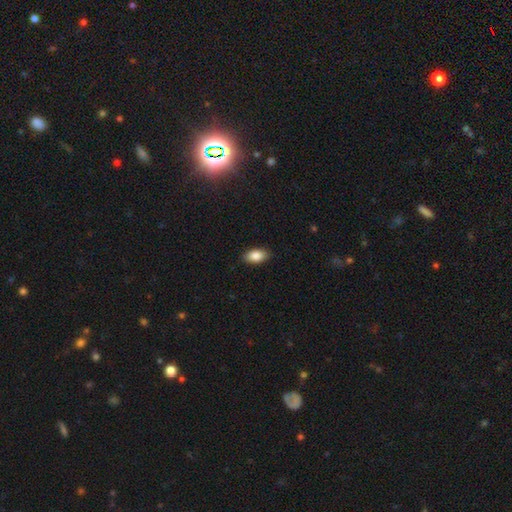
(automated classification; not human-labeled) Morphology: type=smooth (86%); roundness=in between (92%); merging=none (88%).